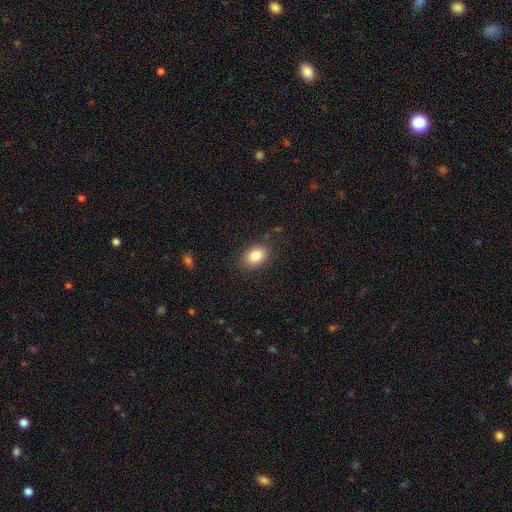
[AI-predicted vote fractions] This appears to be a smooth galaxy with no disk features (83%) that is in between round and cigar-shaped (75%). Merging: none (85%).